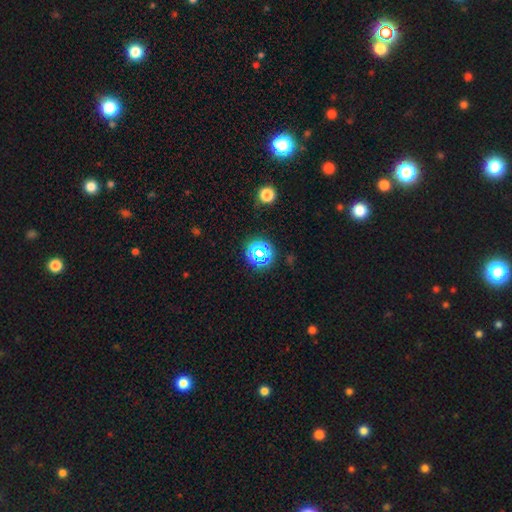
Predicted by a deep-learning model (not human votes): A star or artifact, not a galaxy (62%).

Vote fractions:
- Smooth or featured? star or artifact: 62% / smooth: 28% / featured or disk: 10%